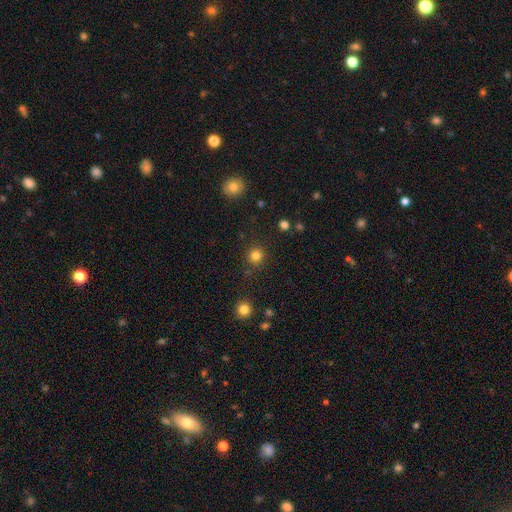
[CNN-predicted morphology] Overall: smooth (81%). How rounded: round (94%). Merging: none (89%).